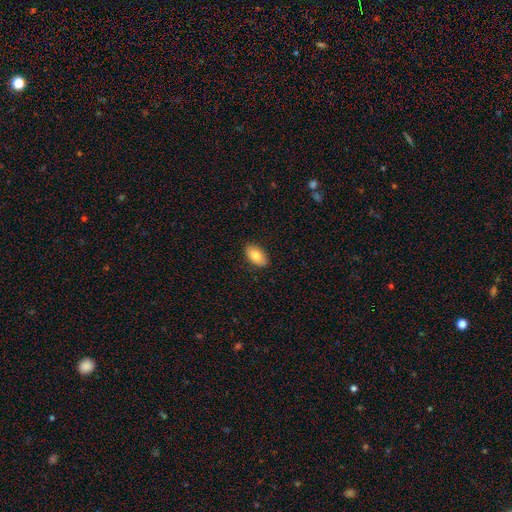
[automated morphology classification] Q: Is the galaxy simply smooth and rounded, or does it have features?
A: smooth — 81%.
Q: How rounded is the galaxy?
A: in between — 94%.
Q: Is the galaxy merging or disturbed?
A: none — 88%.